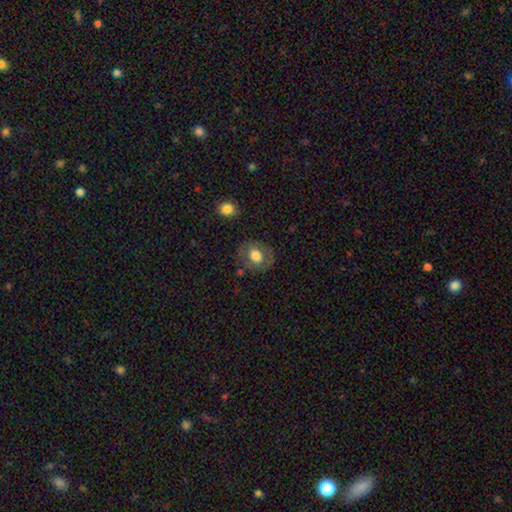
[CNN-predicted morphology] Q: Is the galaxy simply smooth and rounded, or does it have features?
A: smooth — 65%.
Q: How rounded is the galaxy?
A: round — 62%.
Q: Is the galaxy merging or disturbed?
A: none — 76%.